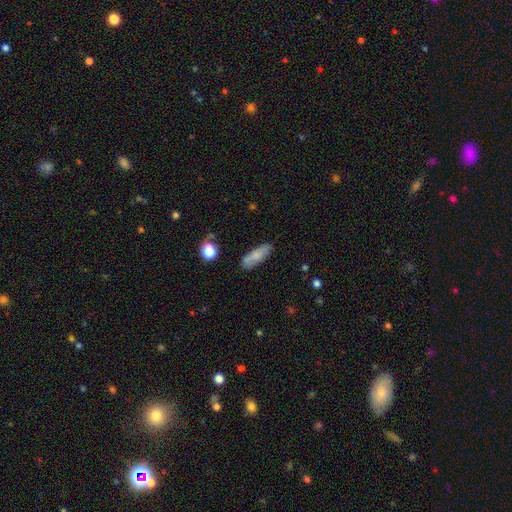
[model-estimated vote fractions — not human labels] smooth_or_featured: smooth (p=0.75) [alt: featured or disk p=0.18]
how_rounded: in between (p=0.52) [alt: cigar-shaped p=0.45]
merging: none (p=0.74) [alt: minor disturbance p=0.18]